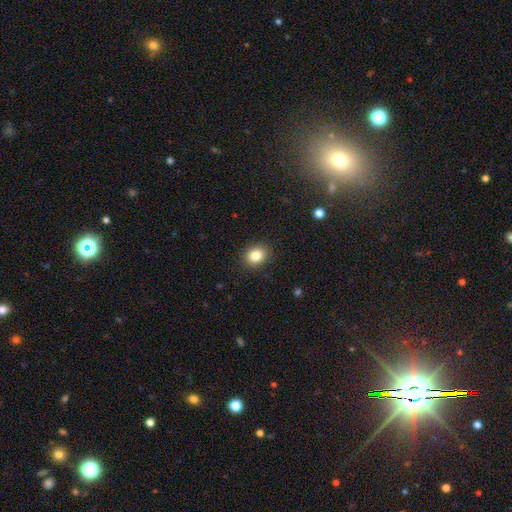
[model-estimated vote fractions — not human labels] Smooth or featured: smooth — 83% (star or artifact — 11%)
How rounded: round — 55% (in between — 44%)
Merging: none — 90% (minor disturbance — 7%)